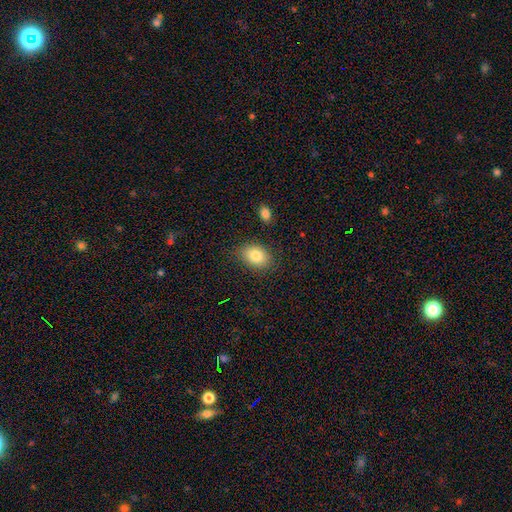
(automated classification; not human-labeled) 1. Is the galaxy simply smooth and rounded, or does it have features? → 83% smooth, 9% featured or disk, 8% star or artifact.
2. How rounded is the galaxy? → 78% in between, 20% round, 1% cigar-shaped.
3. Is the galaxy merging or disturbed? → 81% none, 13% minor disturbance, 4% major disturbance, 2% merger.